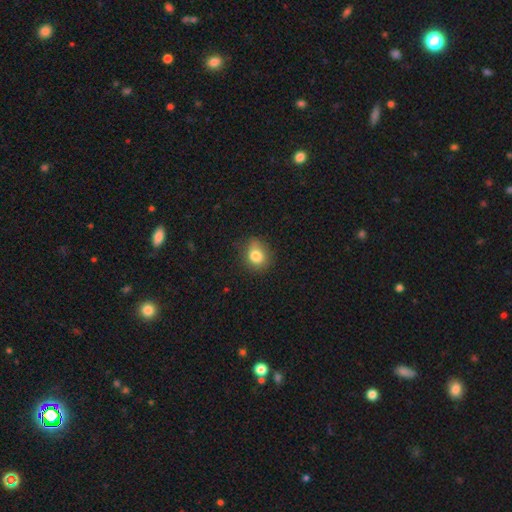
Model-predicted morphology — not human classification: smooth 82%, star or artifact 10%, featured or disk 8%. Down the decision tree: how rounded — round (57%); merging — none (73%).